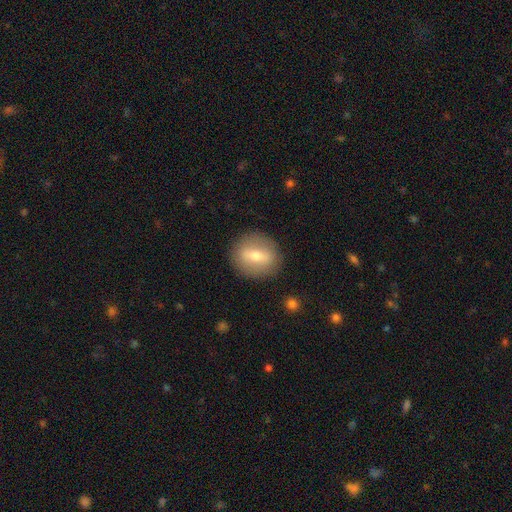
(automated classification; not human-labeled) smooth_or_featured: smooth (p=0.51) [alt: featured or disk p=0.41]
how_rounded: round (p=0.73) [alt: in between p=0.25]
merging: none (p=0.86) [alt: minor disturbance p=0.09]